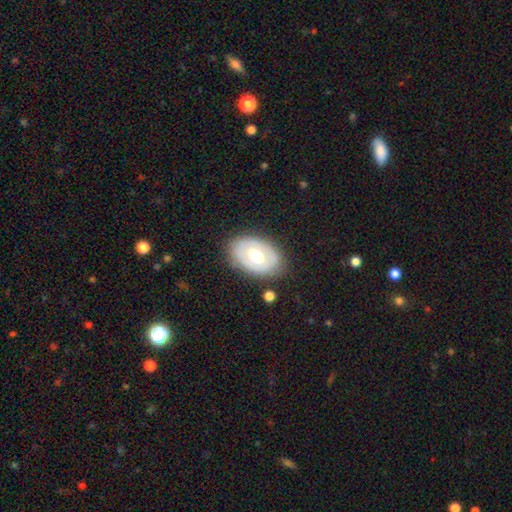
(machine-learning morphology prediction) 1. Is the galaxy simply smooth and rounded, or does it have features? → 50% featured or disk, 43% smooth, 6% star or artifact.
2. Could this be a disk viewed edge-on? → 90% no, 10% yes.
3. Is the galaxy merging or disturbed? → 79% none, 14% minor disturbance, 5% major disturbance, 2% merger.